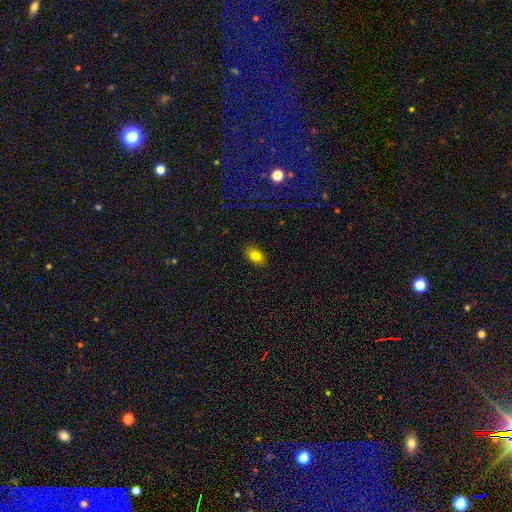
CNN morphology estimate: type=smooth (80%); roundness=in between (88%); merging=none (88%).